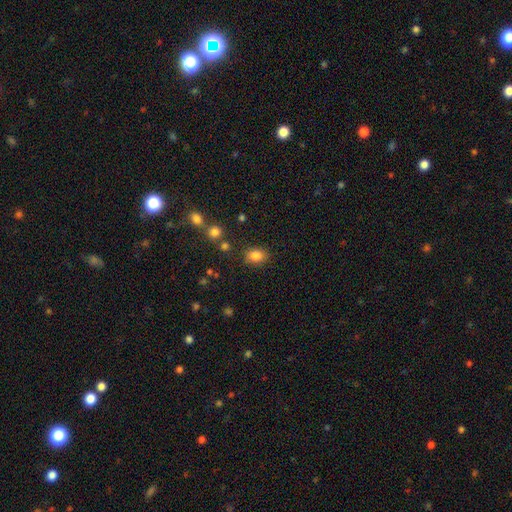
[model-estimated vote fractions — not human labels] smooth-or-featured: smooth: 84% | star or artifact: 10% | featured or disk: 5%
  how-rounded: in between: 69% | round: 30% | cigar-shaped: 1%
  merging: none: 81% | minor disturbance: 12% | major disturbance: 3% | merger: 3%